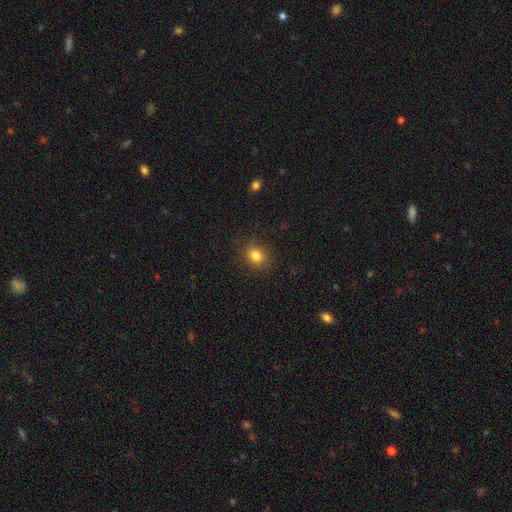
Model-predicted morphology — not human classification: Smooth or featured? smooth (83%)
How rounded? round (66%)
Merging? none (87%)